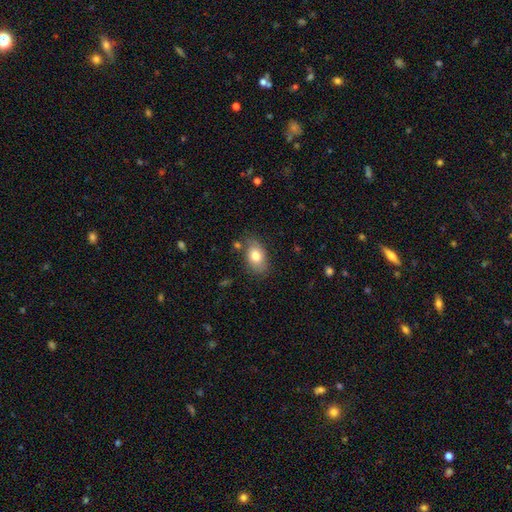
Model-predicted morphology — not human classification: smooth 77%, featured or disk 15%, star or artifact 8%. Down the decision tree: how rounded — in between (86%); merging — none (74%).